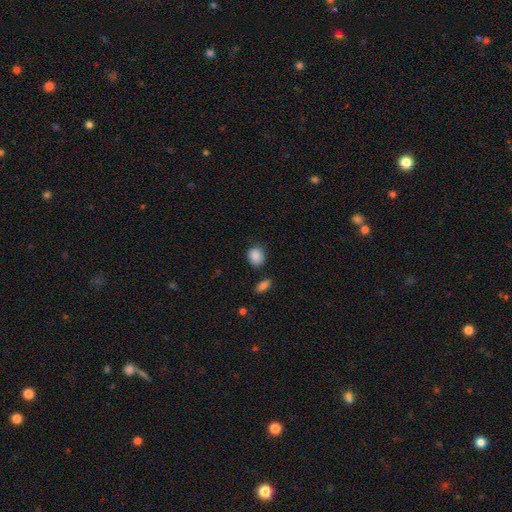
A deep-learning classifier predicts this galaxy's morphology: smooth_or_featured: smooth (p=0.89) [alt: star or artifact p=0.08]
how_rounded: round (p=0.71) [alt: in between p=0.28]
merging: none (p=0.80) [alt: minor disturbance p=0.13]